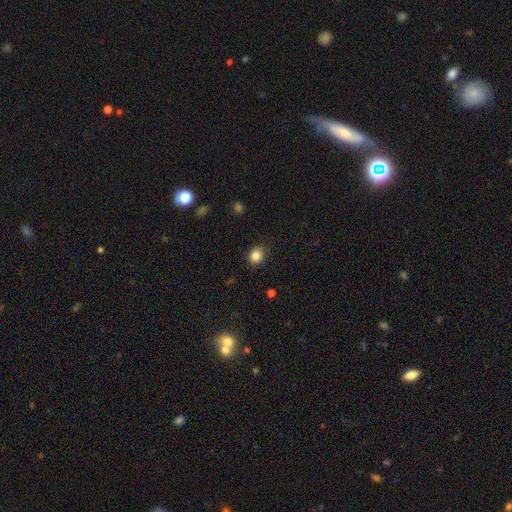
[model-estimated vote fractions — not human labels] Smooth or featured?
  - smooth: 84% *
  - star or artifact: 10%
  - featured or disk: 5%
How rounded?
  - round: 57% *
  - in between: 42%
  - cigar-shaped: 1%
Merging?
  - none: 83% *
  - minor disturbance: 13%
  - major disturbance: 3%
  - merger: 1%